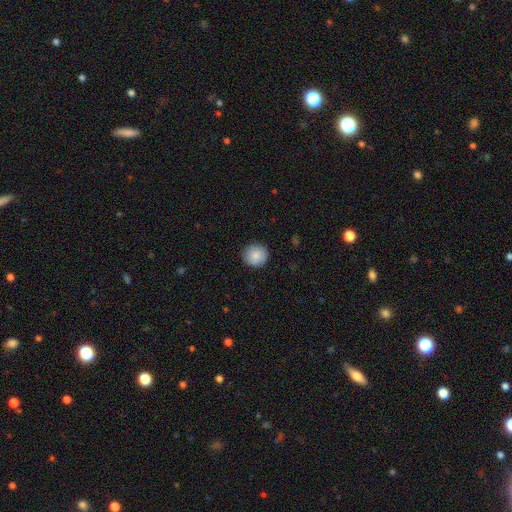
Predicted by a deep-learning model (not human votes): Smooth or featured?
  - smooth: 87% *
  - star or artifact: 7%
  - featured or disk: 6%
How rounded?
  - round: 94% *
  - in between: 5%
  - cigar-shaped: 1%
Merging?
  - none: 91% *
  - minor disturbance: 7%
  - major disturbance: 2%
  - merger: 1%